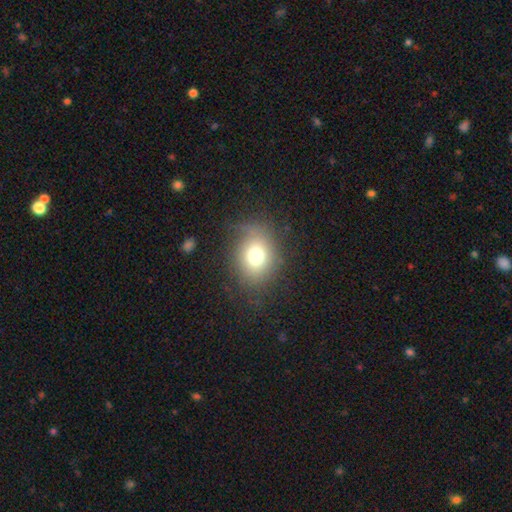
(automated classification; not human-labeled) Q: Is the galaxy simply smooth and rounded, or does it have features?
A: smooth — 72%.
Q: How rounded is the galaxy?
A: round — 56%.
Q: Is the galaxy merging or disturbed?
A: none — 75%.